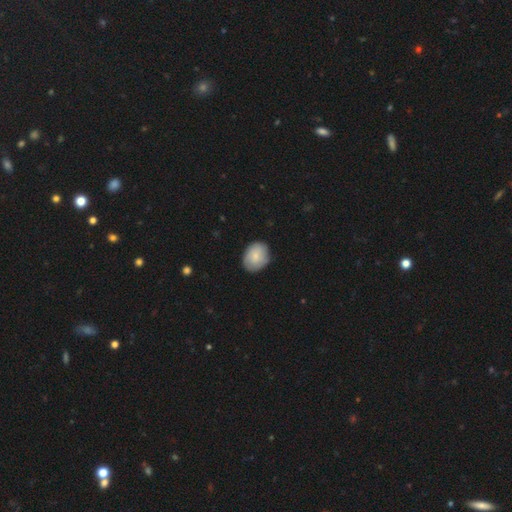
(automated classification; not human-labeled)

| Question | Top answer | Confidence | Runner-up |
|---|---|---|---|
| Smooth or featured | smooth | 78% | featured or disk (16%) |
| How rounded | in between | 55% | round (44%) |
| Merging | none | 80% | minor disturbance (16%) |